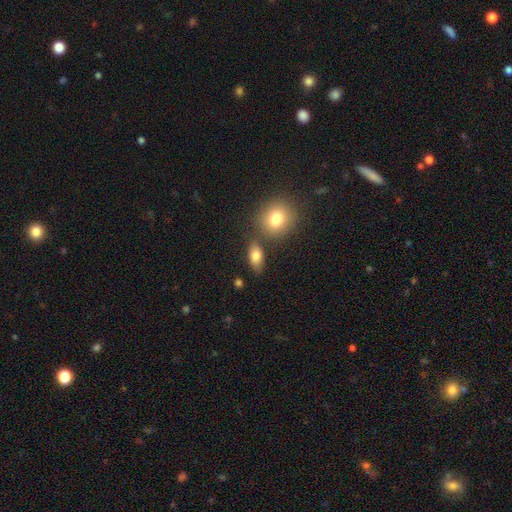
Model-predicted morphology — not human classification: Smooth or featured? smooth (81%)
How rounded? in between (82%)
Merging? none (72%)